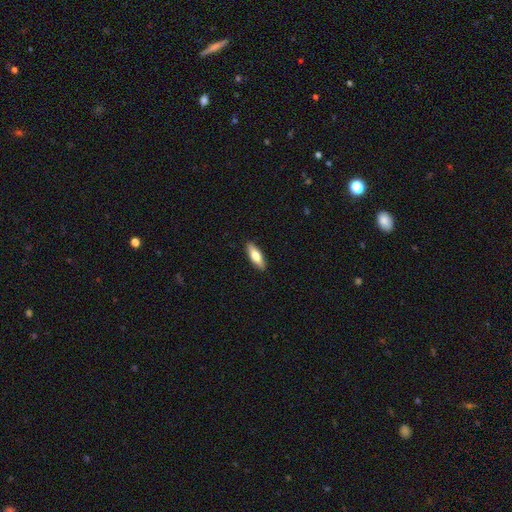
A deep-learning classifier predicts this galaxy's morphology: This appears to be a smooth galaxy with no disk features (68%) that is in between round and cigar-shaped (53%). Merging: none (90%).